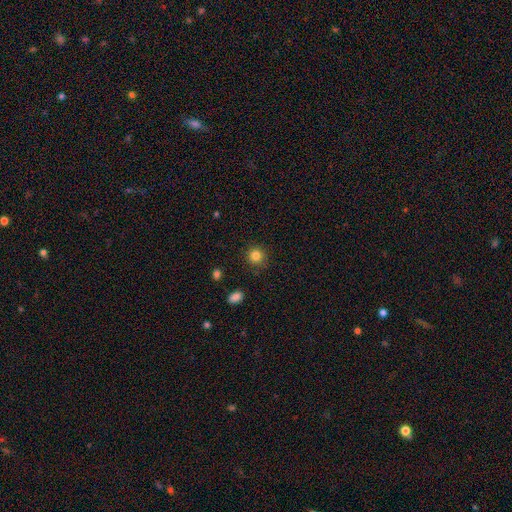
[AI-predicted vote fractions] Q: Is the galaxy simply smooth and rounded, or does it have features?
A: smooth — 83%.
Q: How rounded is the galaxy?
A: round — 92%.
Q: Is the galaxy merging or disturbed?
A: none — 89%.